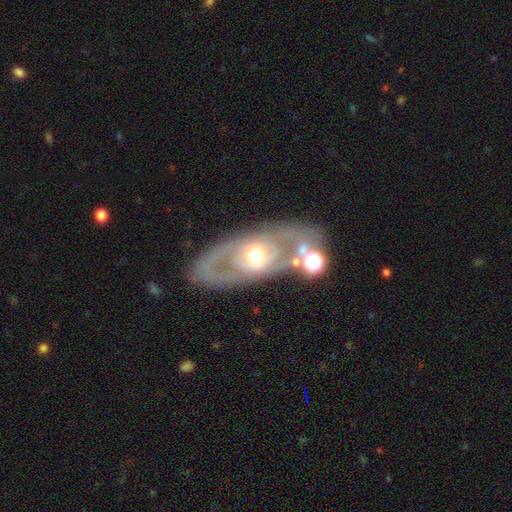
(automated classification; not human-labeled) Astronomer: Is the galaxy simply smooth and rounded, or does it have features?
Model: featured or disk — 76%.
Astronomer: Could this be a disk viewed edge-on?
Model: no — 88%.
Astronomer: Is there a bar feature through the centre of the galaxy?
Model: no — 68%.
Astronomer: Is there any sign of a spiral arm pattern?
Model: yes — 52% (runner-up: no, 48%).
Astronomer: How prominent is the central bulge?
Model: moderate — 68%.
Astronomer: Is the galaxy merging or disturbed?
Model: none — 71%.